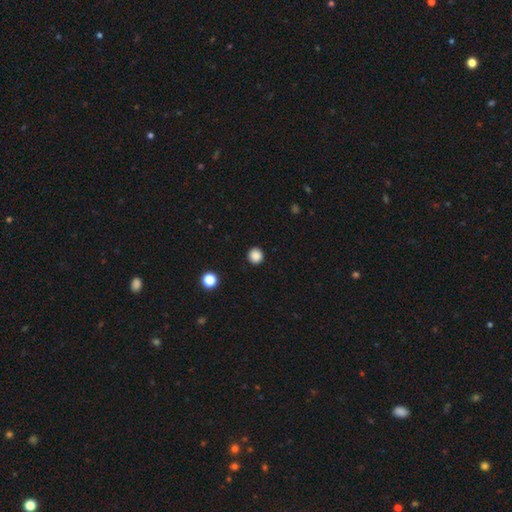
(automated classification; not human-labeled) smooth 87%, star or artifact 11%, featured or disk 2%. Down the decision tree: how rounded — round (93%); merging — none (92%).